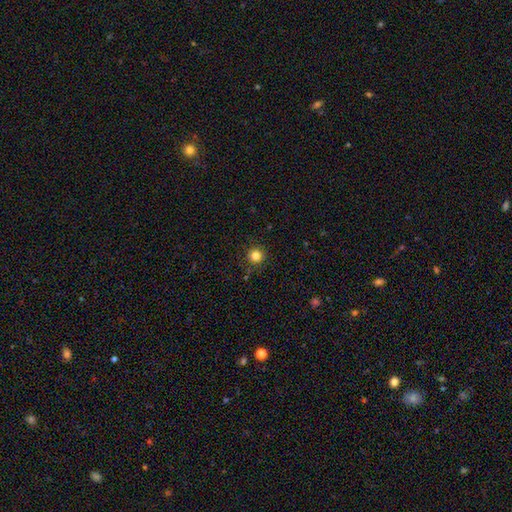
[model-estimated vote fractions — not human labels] This appears to be a smooth galaxy with no disk features (83%) that is round (96%). Merging: none (90%).